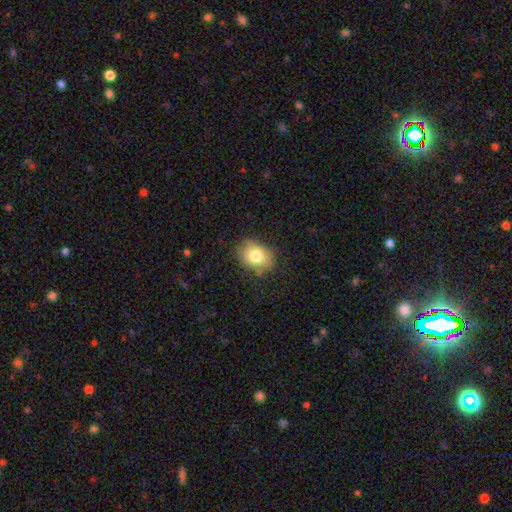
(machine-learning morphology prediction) A smooth galaxy with no disk features (77%) that is in between round and cigar-shaped (59%).

Vote fractions:
- Smooth or featured? smooth: 77% / featured or disk: 14% / star or artifact: 9%
- How rounded? in between: 59% / round: 40% / cigar-shaped: 1%
- Merging? none: 72% / minor disturbance: 20% / major disturbance: 6% / merger: 2%